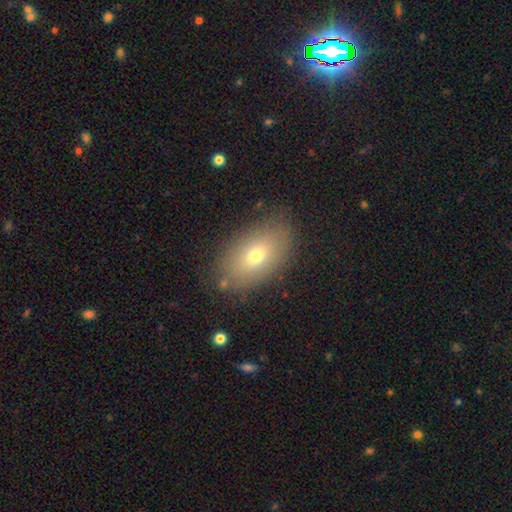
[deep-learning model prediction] Morphology: type=smooth (69%); roundness=in between (88%); merging=none (81%).